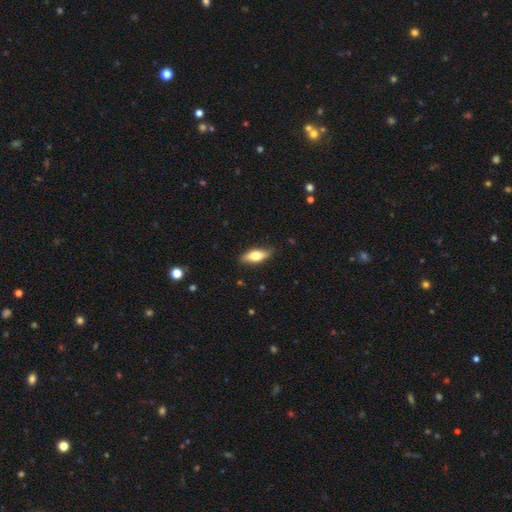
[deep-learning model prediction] A smooth galaxy with no disk features (67%) that is in between round and cigar-shaped (70%). Merging: none (83%).